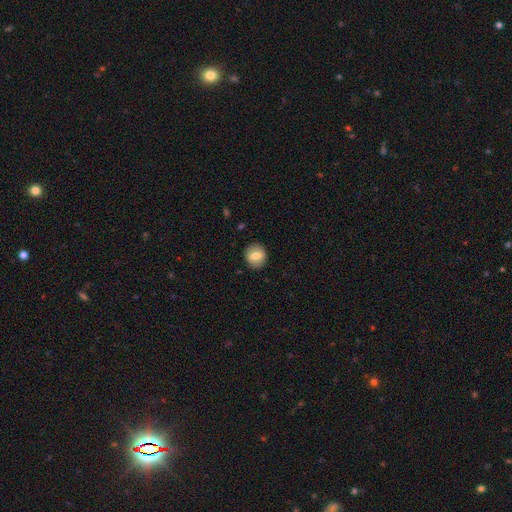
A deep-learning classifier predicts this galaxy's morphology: Overall: smooth (69%). How rounded: round (82%). Merging: none (89%).